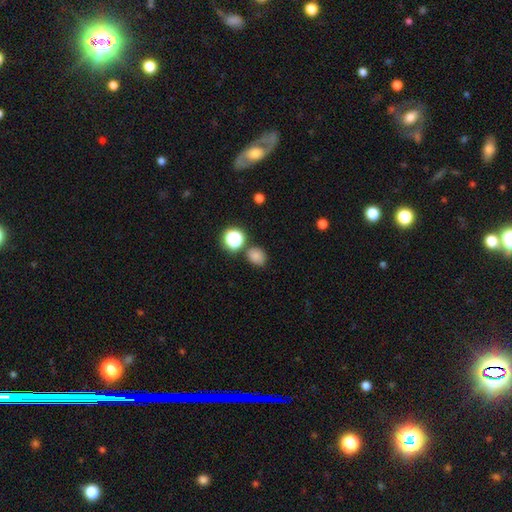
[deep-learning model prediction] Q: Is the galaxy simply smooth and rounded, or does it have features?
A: smooth — 78%.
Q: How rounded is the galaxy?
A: round — 61%.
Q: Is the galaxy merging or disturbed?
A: none — 77%.